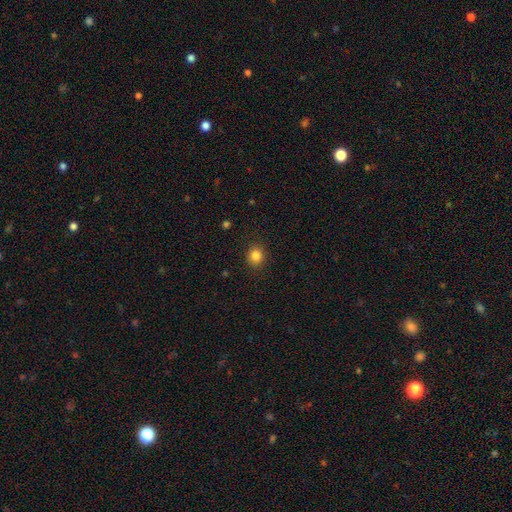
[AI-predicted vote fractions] Smooth or featured? smooth (84%)
How rounded? round (80%)
Merging? none (90%)